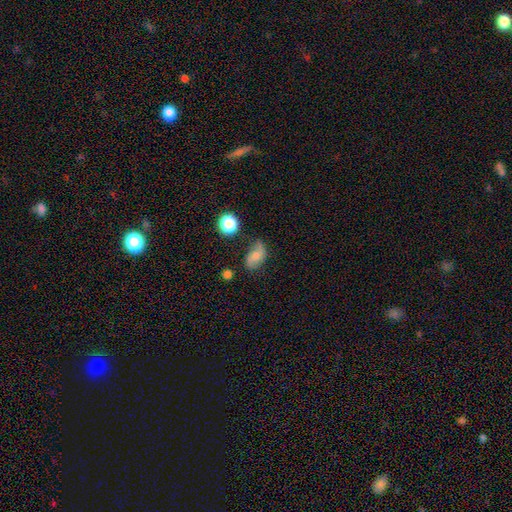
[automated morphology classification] This appears to be a smooth galaxy with no disk features (51%) that is in between round and cigar-shaped (85%). Merging: none (59%).